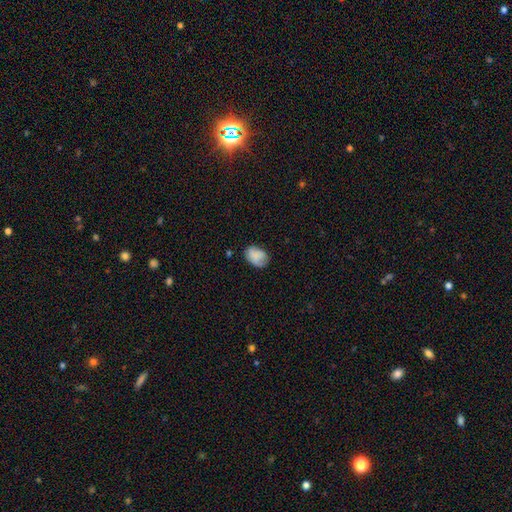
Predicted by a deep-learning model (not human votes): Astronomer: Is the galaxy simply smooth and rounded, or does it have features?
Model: smooth — 80%.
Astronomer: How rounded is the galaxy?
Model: in between — 77%.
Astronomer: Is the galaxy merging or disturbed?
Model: none — 65%.